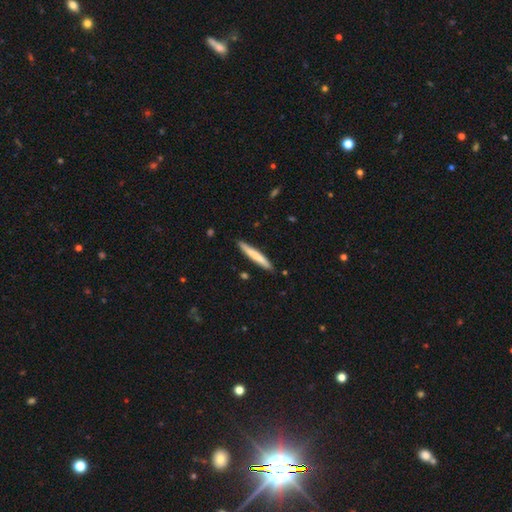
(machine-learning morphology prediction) Overall: smooth (72%). How rounded: cigar-shaped (95%). Merging: none (88%).